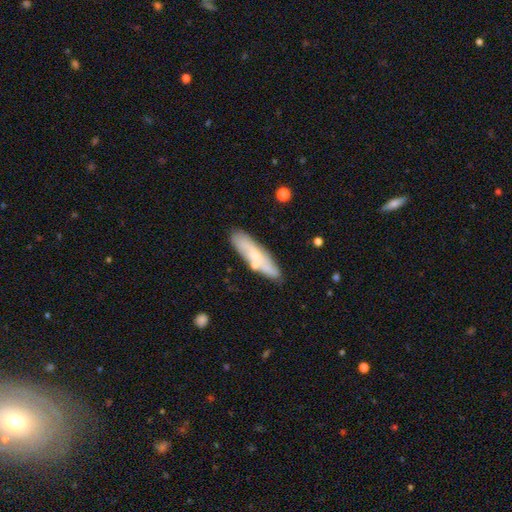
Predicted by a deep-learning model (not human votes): Smooth or featured? smooth (54%)
How rounded? cigar-shaped (70%)
Merging? none (75%)